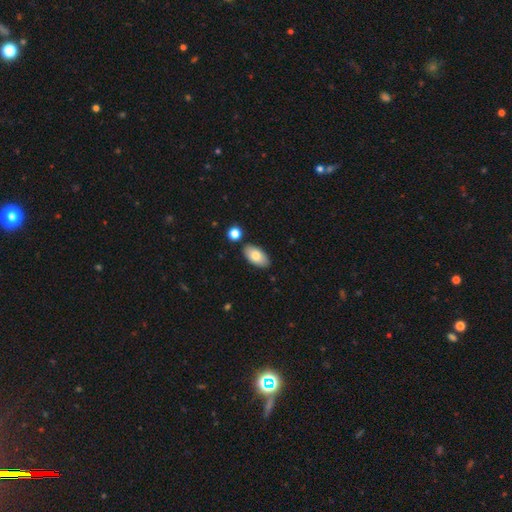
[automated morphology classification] Smooth or featured? smooth (79%)
How rounded? in between (94%)
Merging? none (83%)